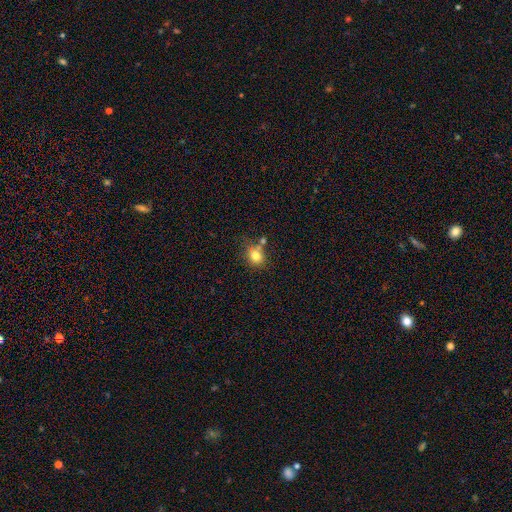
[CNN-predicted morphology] This is likely a smooth galaxy (77%). How rounded: likely round (63%). Merging: possibly none (56%).